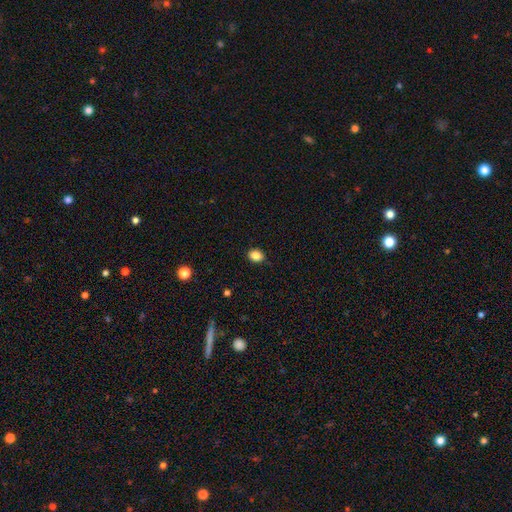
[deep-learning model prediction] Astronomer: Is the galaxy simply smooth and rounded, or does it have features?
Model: smooth — 86%.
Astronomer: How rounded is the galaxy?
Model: round — 53% (runner-up: in between, 46%).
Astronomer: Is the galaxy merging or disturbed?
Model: none — 88%.